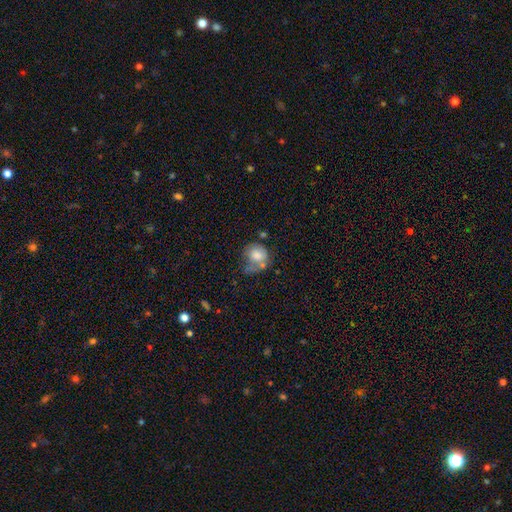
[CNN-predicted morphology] The model was most divided on "merging": none: 35%, minor disturbance: 28%, major disturbance: 22%, merger: 16%. More confident: smooth or featured — smooth (73%); how rounded — round (70%).